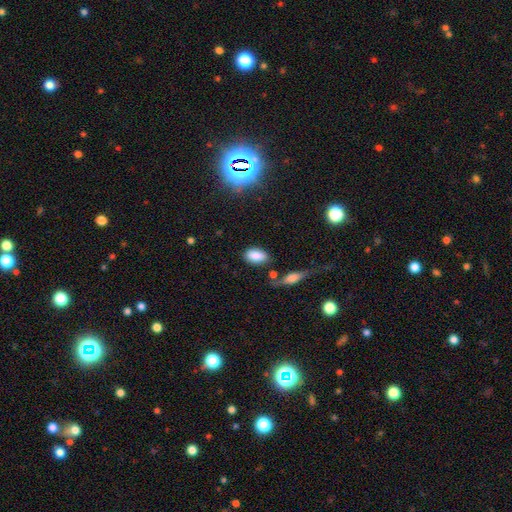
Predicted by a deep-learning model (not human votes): Smooth or featured: smooth — 84% (star or artifact — 9%)
How rounded: in between — 91% (round — 6%)
Merging: none — 76% (minor disturbance — 14%)